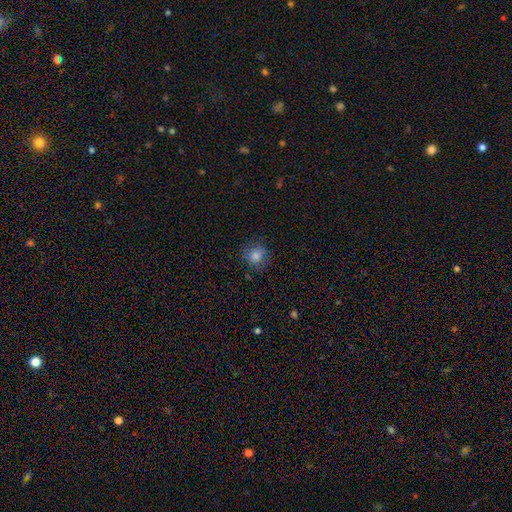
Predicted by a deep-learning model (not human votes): smooth_or_featured: smooth (p=0.79) [alt: star or artifact p=0.12]
how_rounded: round (p=0.84) [alt: in between p=0.15]
merging: none (p=0.81) [alt: minor disturbance p=0.14]